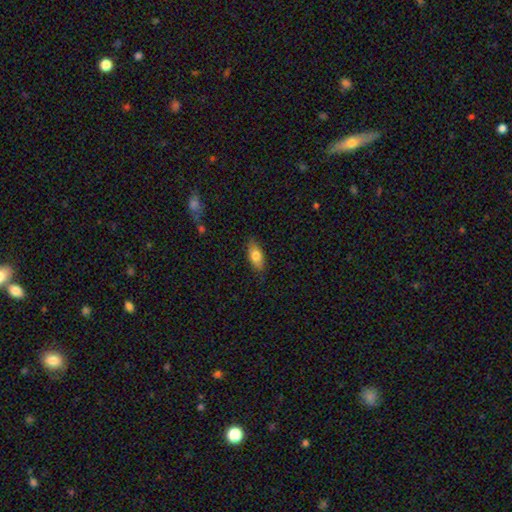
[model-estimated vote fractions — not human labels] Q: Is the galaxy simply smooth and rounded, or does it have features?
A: smooth — 77%.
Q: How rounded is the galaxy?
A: in between — 82%.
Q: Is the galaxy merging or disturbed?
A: none — 82%.